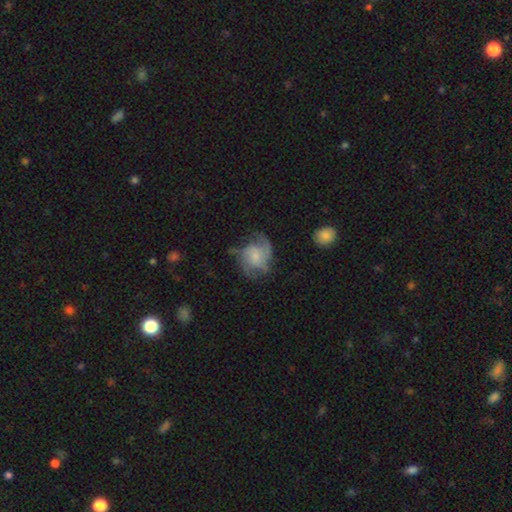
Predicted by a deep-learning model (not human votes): Morphology: type=featured or disk (74%); edge-on=no (98%); bar=no (69%); spiral arms=yes (93%); winding=medium (47%); arm count=2 (29%); bulge=small (57%); merging=none (56%).